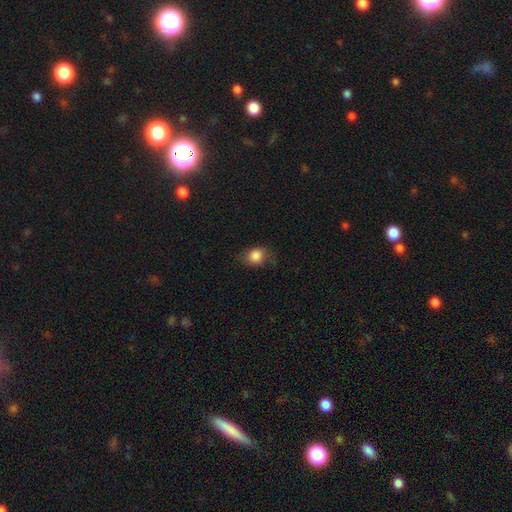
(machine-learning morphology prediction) This is clearly a smooth galaxy (83%). How rounded: possibly round (59%). Merging: likely none (65%).